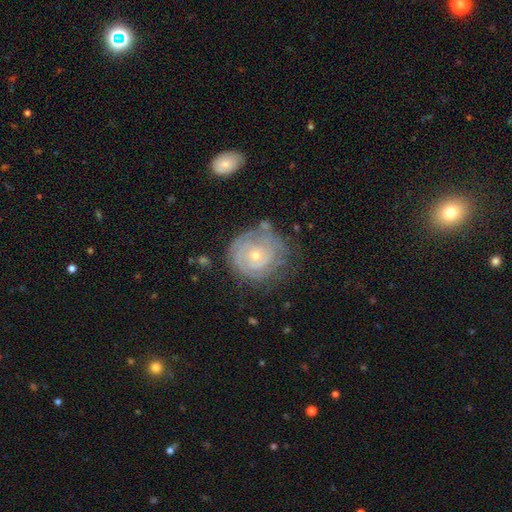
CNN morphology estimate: Smooth or featured? featured or disk (76%)
Edge-on disk? no (97%)
Bar? no (80%)
Spiral arms? yes (87%)
Spiral winding? tight (80%)
Spiral arm count? can't tell (48%)
Bulge size? small (61%)
Merging? none (66%)